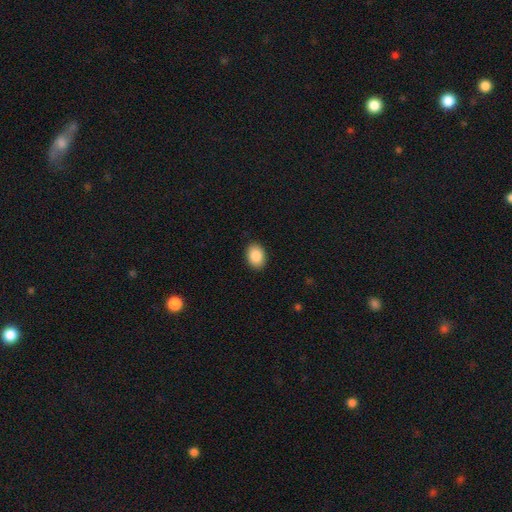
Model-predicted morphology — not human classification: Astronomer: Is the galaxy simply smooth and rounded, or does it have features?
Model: smooth — 88%.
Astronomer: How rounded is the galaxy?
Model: in between — 72%.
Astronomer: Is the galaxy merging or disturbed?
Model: none — 90%.